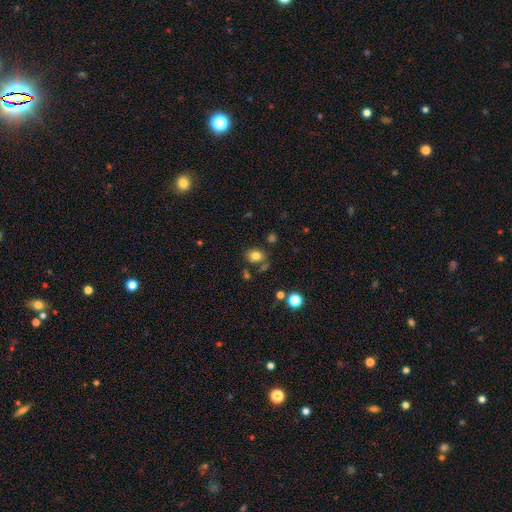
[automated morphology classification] This is likely a smooth galaxy (78%). How rounded: possibly in between (57%). Merging: likely none (72%).